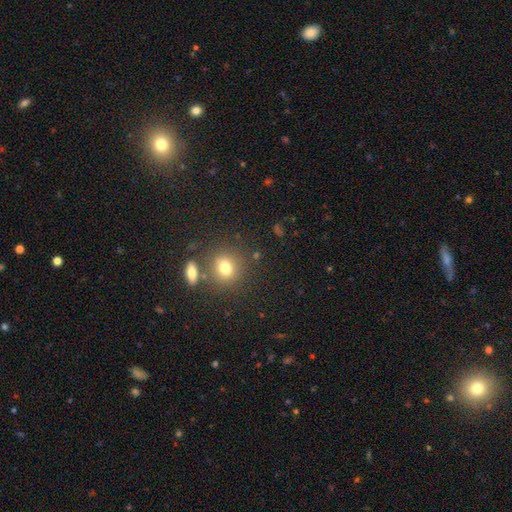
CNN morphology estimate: A smooth galaxy with no disk features (68%) that is round (78%). Merging: none (73%).